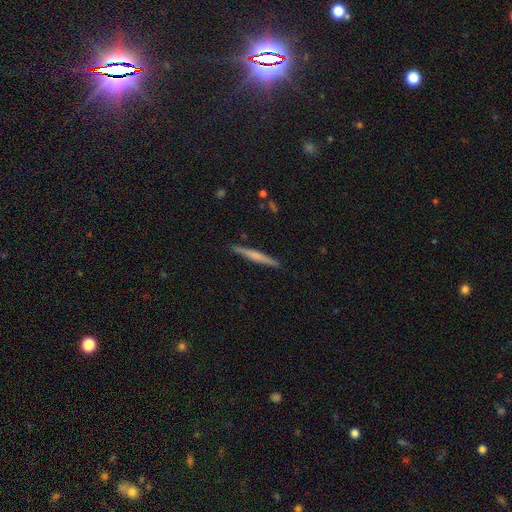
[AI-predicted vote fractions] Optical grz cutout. It shows a featured or disk galaxy (50%) viewed edge-on (98%). Merging: none (91%).